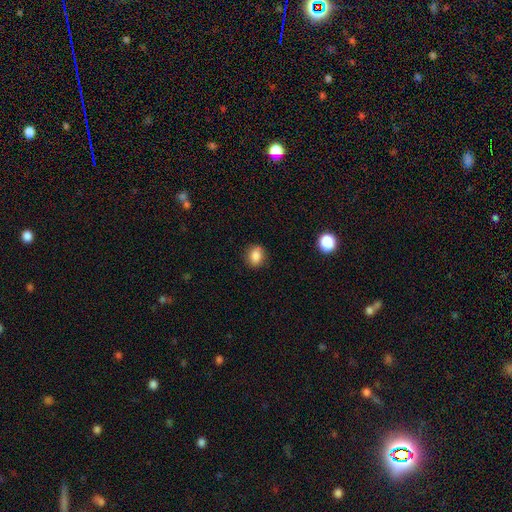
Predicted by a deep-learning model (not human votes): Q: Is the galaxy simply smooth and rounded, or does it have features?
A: smooth — 84%.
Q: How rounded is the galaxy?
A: round — 51%.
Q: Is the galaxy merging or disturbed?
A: none — 84%.